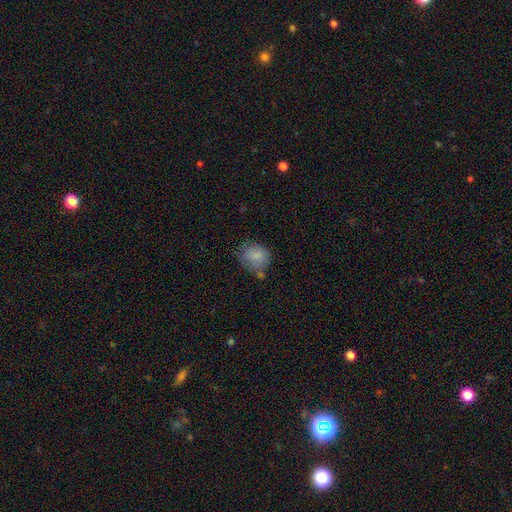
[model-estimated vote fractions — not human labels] Smooth or featured? smooth (81%)
How rounded? round (57%)
Merging? none (53%)